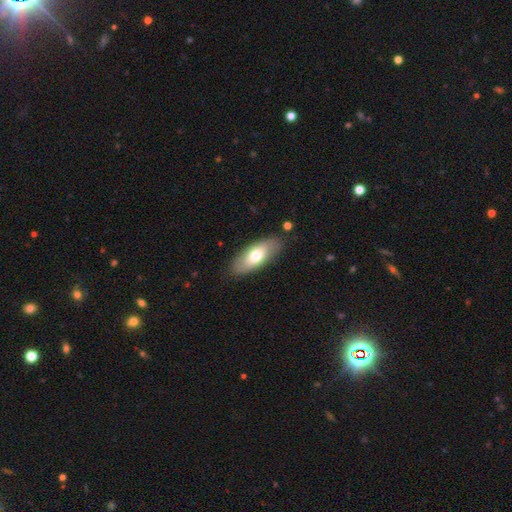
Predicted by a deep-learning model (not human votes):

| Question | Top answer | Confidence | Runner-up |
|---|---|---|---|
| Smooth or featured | smooth | 66% | featured or disk (28%) |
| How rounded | in between | 83% | cigar-shaped (14%) |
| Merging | none | 83% | minor disturbance (12%) |